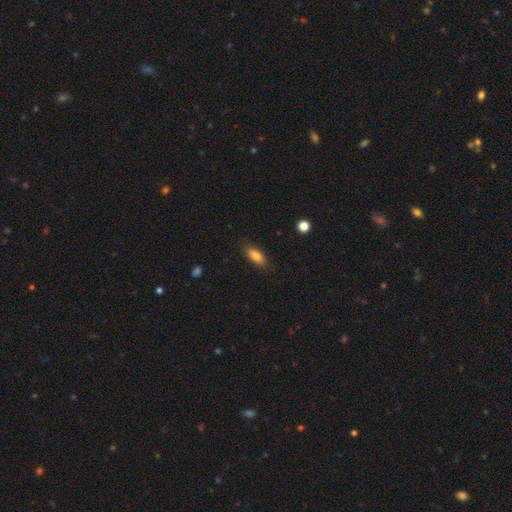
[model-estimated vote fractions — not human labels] smooth 80%, featured or disk 13%, star or artifact 7%. Down the decision tree: how rounded — in between (74%); merging — none (84%).